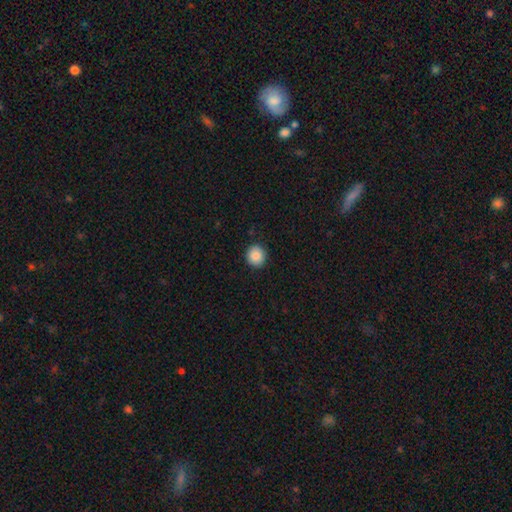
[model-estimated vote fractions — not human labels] This is clearly a smooth galaxy (88%). How rounded: clearly round (86%). Merging: clearly none (91%).